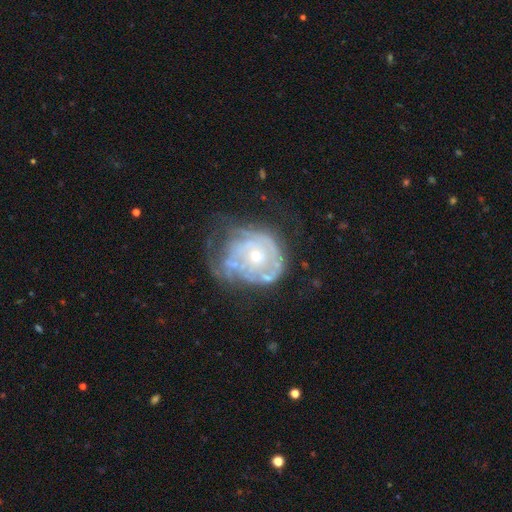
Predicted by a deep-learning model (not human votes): Smooth or featured? Predicted: featured or disk (p=0.73). Edge-on disk? Predicted: no (p=0.97). Bar? Predicted: no (p=0.85). Spiral arms? Predicted: yes (p=0.55). Bulge size? Predicted: small (p=0.63). Merging? Predicted: none (p=0.35).